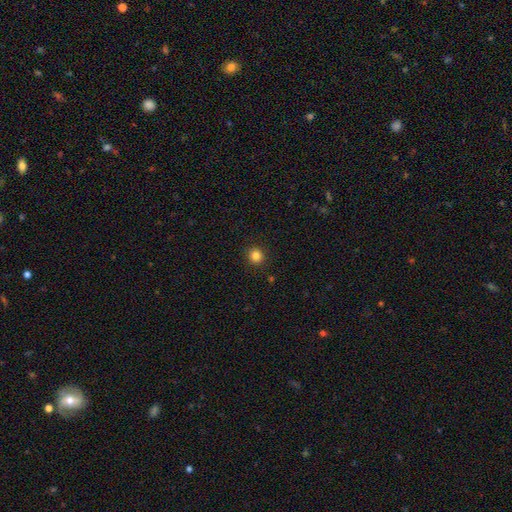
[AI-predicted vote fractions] This is clearly a smooth galaxy (84%). How rounded: clearly round (92%). Merging: clearly none (92%).